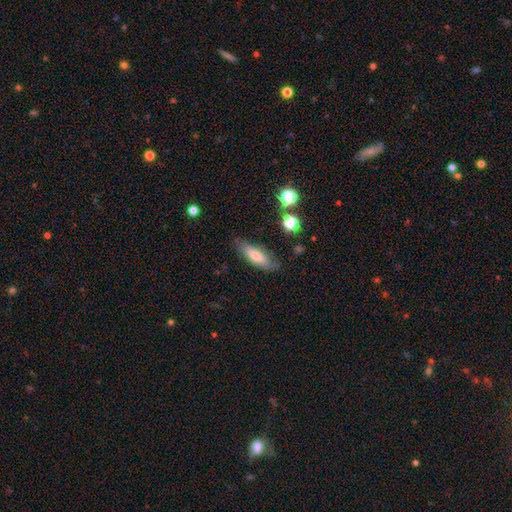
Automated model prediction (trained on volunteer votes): Morphology: type=smooth (63%); roundness=in between (52%); merging=none (75%).